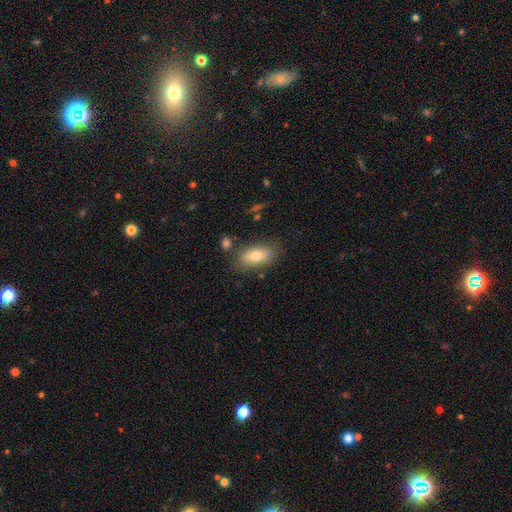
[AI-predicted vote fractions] smooth-or-featured: smooth: 75% | featured or disk: 17% | star or artifact: 8%
  how-rounded: in between: 86% | cigar-shaped: 10% | round: 4%
  merging: none: 77% | minor disturbance: 14% | merger: 5% | major disturbance: 4%